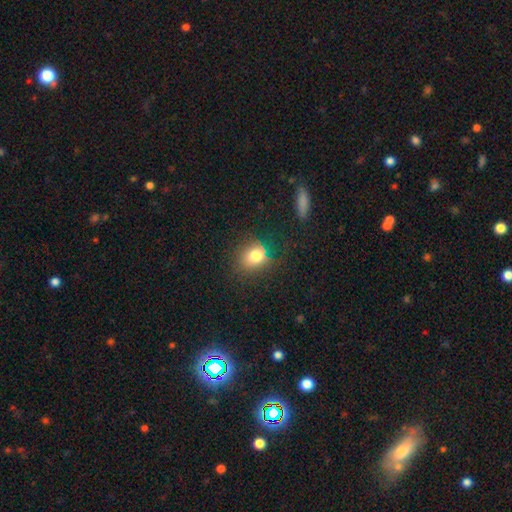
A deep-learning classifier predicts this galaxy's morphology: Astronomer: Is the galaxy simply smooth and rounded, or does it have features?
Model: smooth — 78%.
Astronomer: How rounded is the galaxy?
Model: round — 64%.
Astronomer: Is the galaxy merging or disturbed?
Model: none — 72%.